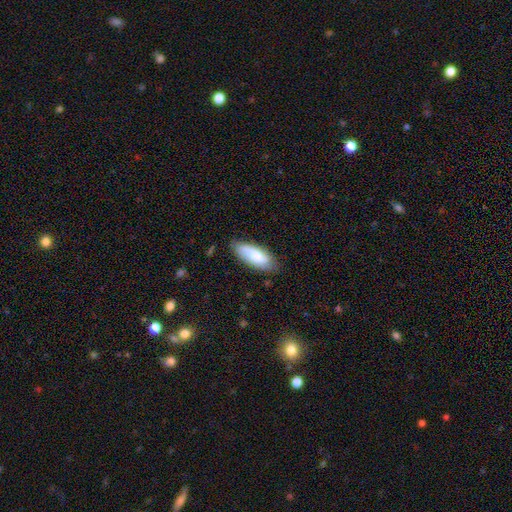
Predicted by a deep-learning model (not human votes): Morphology: type=smooth (70%); roundness=in between (80%); merging=none (77%).